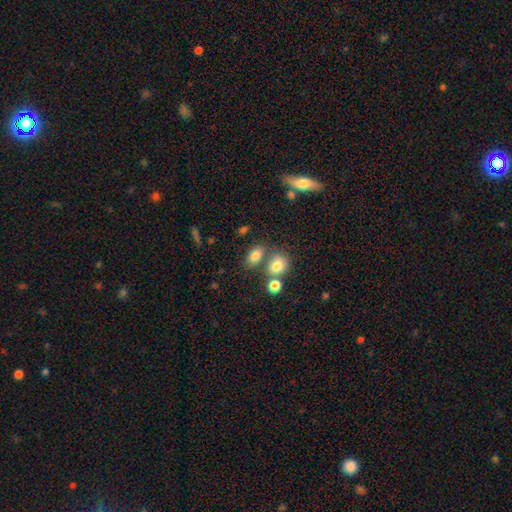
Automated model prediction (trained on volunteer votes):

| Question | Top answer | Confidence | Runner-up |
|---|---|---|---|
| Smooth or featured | smooth | 79% | star or artifact (11%) |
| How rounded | in between | 79% | round (18%) |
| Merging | none | 59% | merger (24%) |